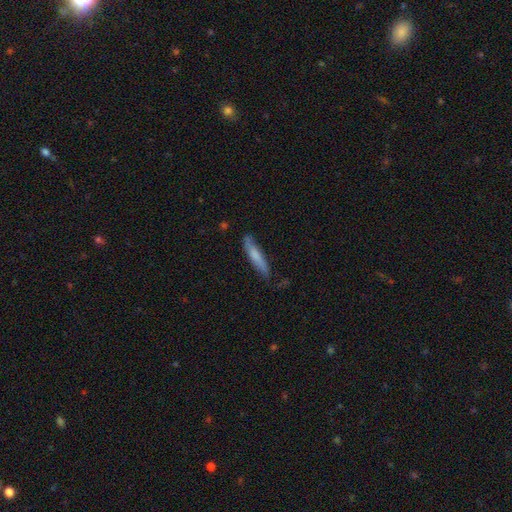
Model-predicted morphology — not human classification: The model was most divided on "smooth or featured": smooth: 68%, featured or disk: 26%, star or artifact: 6%. More confident: how rounded — cigar-shaped (88%); merging — none (74%).